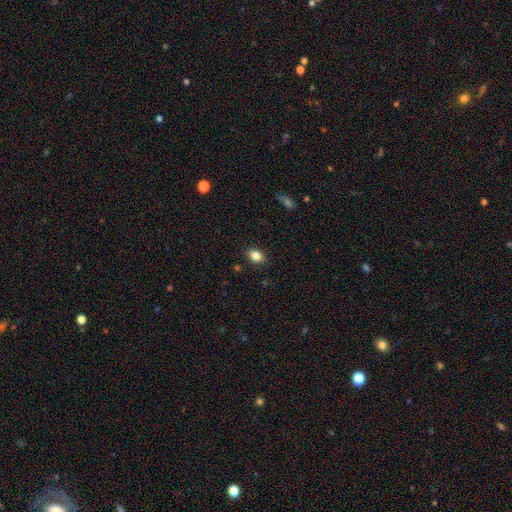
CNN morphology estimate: The model was most divided on "how rounded": in between: 71%, round: 28%, cigar-shaped: 1%. More confident: merging — none (89%); smooth or featured — smooth (84%).